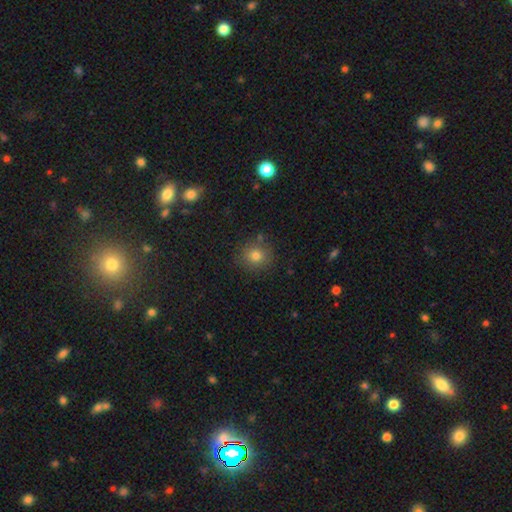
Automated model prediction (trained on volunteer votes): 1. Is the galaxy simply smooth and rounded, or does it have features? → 77% smooth, 14% star or artifact, 9% featured or disk.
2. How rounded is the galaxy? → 88% round, 11% in between, 1% cigar-shaped.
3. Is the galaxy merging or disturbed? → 85% none, 9% minor disturbance, 3% merger, 3% major disturbance.